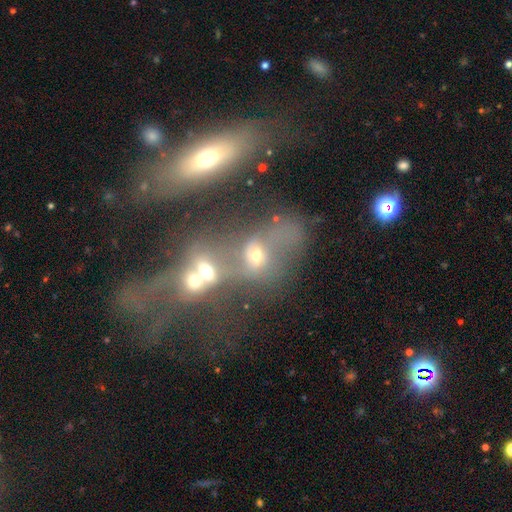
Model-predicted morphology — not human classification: A smooth galaxy with no disk features (43%).

Vote fractions:
- Smooth or featured? smooth: 43% / featured or disk: 36% / star or artifact: 21%
- Merging? merger: 73% / major disturbance: 11% / none: 11% / minor disturbance: 5%